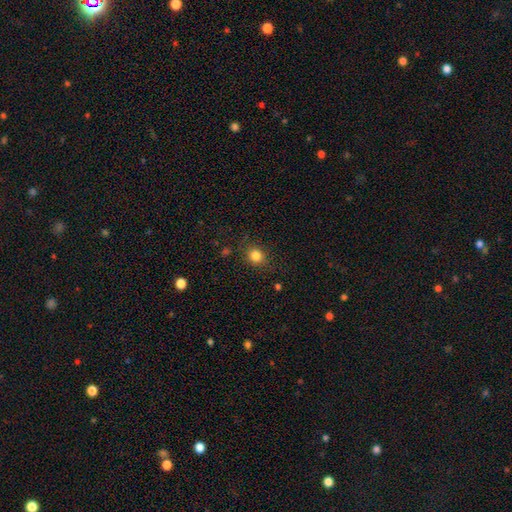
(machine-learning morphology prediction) This is clearly a smooth galaxy (82%). How rounded: likely round (73%). Merging: clearly none (83%).